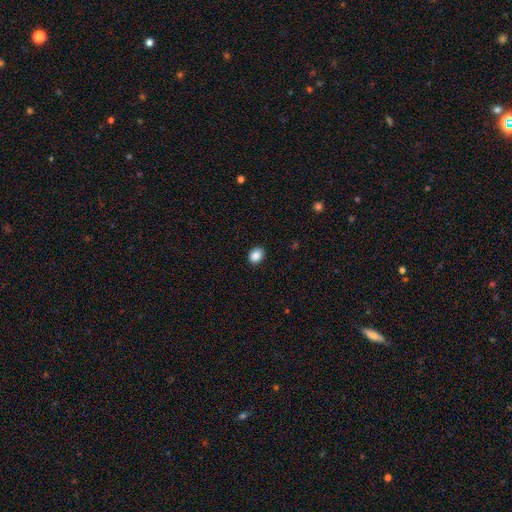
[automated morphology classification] smooth 88%, star or artifact 9%, featured or disk 3%. Down the decision tree: how rounded — in between (52%); merging — none (89%).